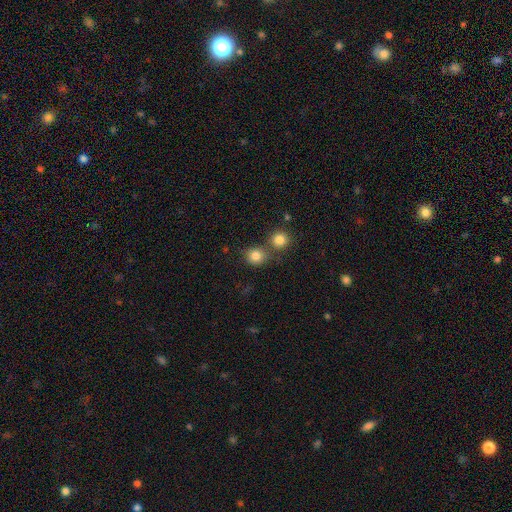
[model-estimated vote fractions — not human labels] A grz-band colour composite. It shows a smooth galaxy with no disk features (82%) that is round (87%). Merging: none (63%).